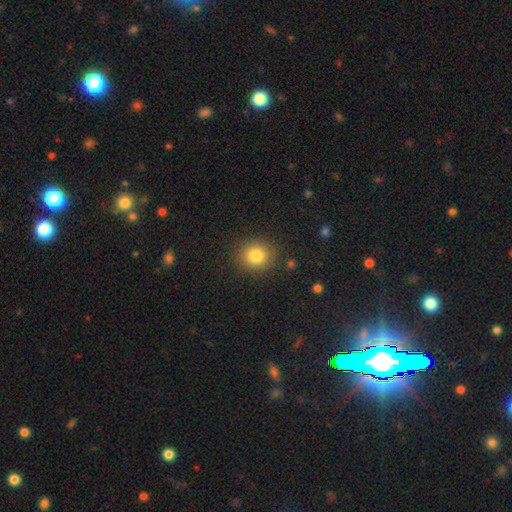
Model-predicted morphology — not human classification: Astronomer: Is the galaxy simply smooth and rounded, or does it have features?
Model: smooth — 82%.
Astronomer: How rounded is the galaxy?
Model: round — 83%.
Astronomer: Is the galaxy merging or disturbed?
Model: none — 87%.